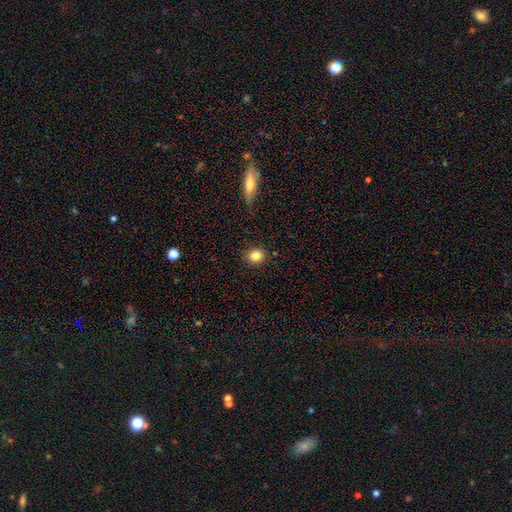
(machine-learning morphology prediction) A smooth galaxy with no disk features (83%) that is round (82%). Merging: none (88%).